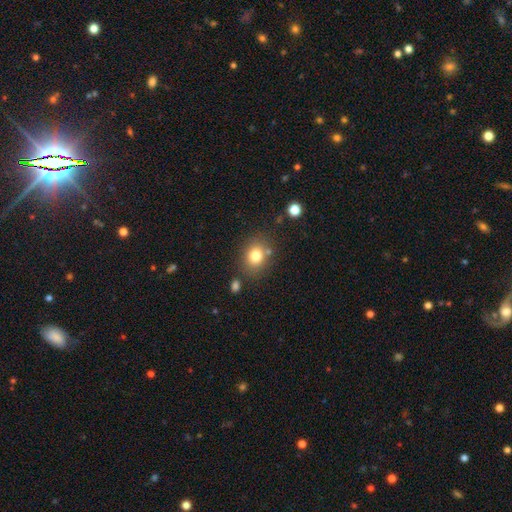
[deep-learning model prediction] Smooth or featured? Predicted: smooth (p=0.78). How rounded? Predicted: round (p=0.57). Merging? Predicted: none (p=0.74).